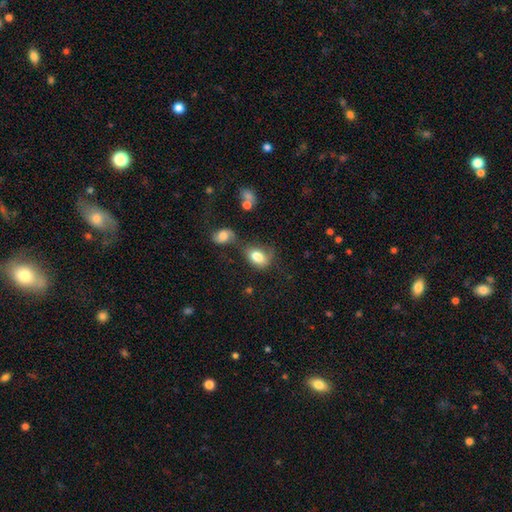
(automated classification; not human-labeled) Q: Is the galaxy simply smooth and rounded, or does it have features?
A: smooth — 80%.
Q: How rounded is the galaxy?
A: in between — 81%.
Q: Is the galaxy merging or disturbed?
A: none — 40%.